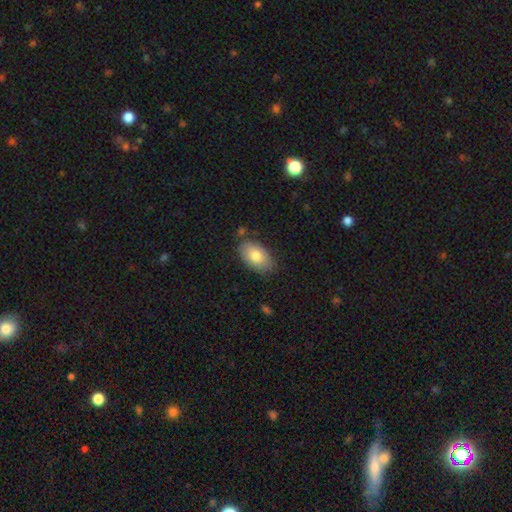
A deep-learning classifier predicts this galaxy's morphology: Smooth or featured? Predicted: smooth (p=0.80). How rounded? Predicted: in between (p=0.93). Merging? Predicted: none (p=0.77).